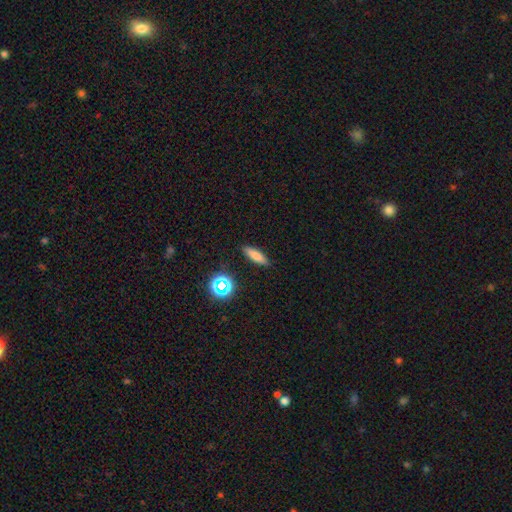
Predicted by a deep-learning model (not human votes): Smooth or featured?
  - smooth: 77% *
  - star or artifact: 13%
  - featured or disk: 11%
How rounded?
  - cigar-shaped: 53% *
  - in between: 44%
  - round: 4%
Merging?
  - none: 88% *
  - minor disturbance: 8%
  - major disturbance: 2%
  - merger: 2%